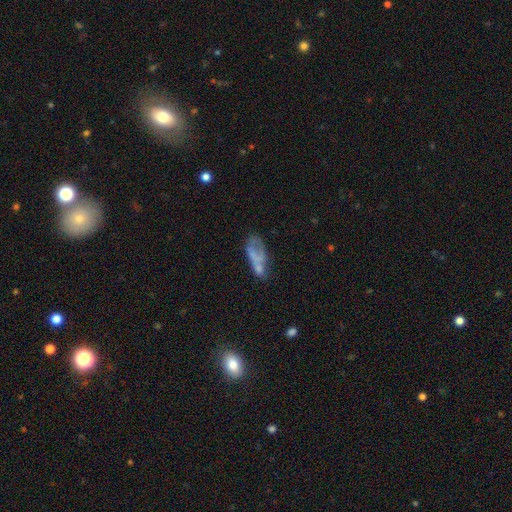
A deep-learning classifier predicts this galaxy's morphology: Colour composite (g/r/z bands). It shows a smooth galaxy with no disk features (49%). Merging: none (32%).